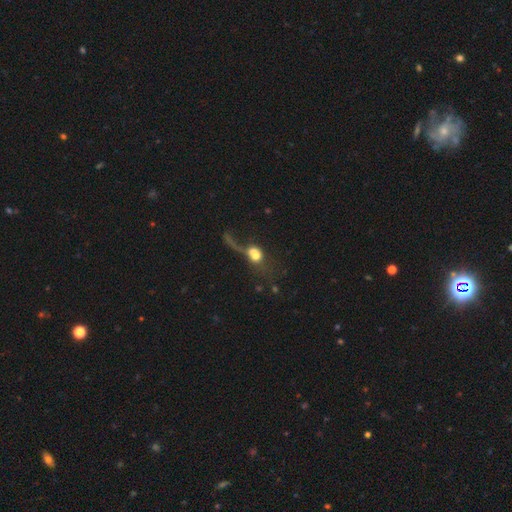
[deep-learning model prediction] Smooth or featured? Predicted: smooth (p=0.57). How rounded? Predicted: round (p=0.52). Merging? Predicted: merger (p=0.43).